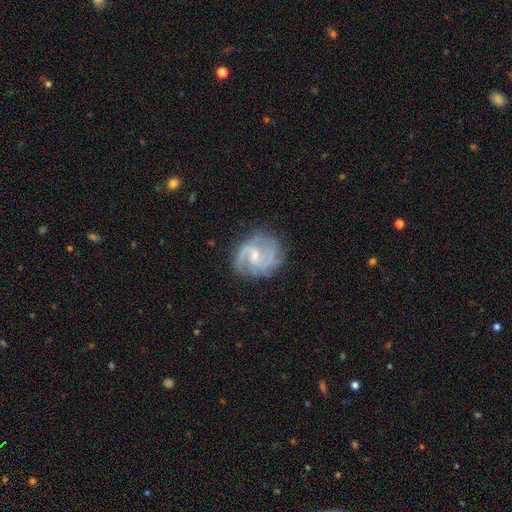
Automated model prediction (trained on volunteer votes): Morphology: type=featured or disk (90%); edge-on=no (98%); bar=weak (54%); spiral arms=yes (98%); winding=medium (56%); arm count=2 (69%); bulge=small (62%); merging=none (76%).